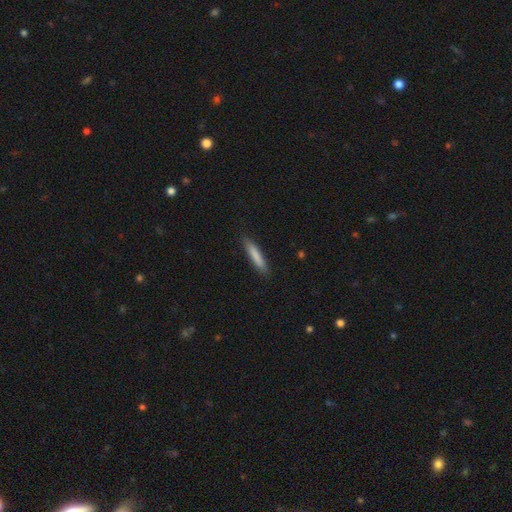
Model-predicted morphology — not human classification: Smooth or featured: smooth — 82% (featured or disk — 12%)
How rounded: cigar-shaped — 88% (in between — 10%)
Merging: none — 87% (minor disturbance — 10%)